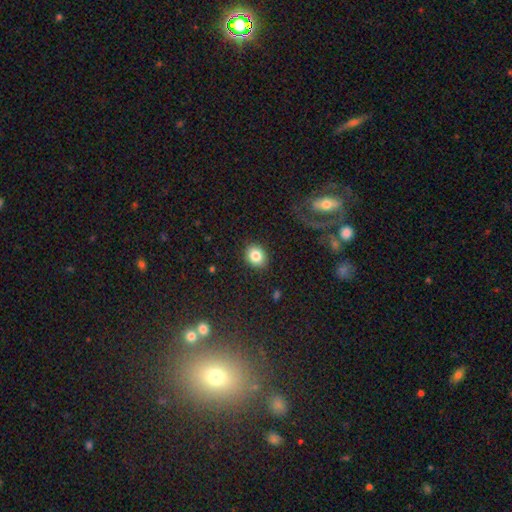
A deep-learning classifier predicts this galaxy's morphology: Smooth or featured?
  - smooth: 84% *
  - star or artifact: 9%
  - featured or disk: 7%
How rounded?
  - round: 60% *
  - in between: 40%
  - cigar-shaped: 1%
Merging?
  - none: 89% *
  - minor disturbance: 8%
  - major disturbance: 3%
  - merger: 1%